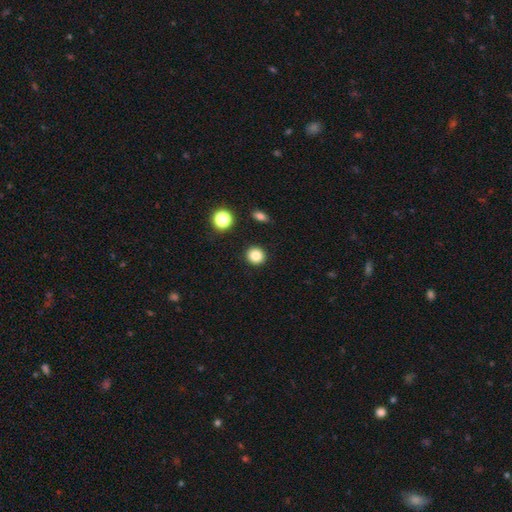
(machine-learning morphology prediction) smooth 84%, star or artifact 11%, featured or disk 5%. Down the decision tree: how rounded — round (90%); merging — none (91%).